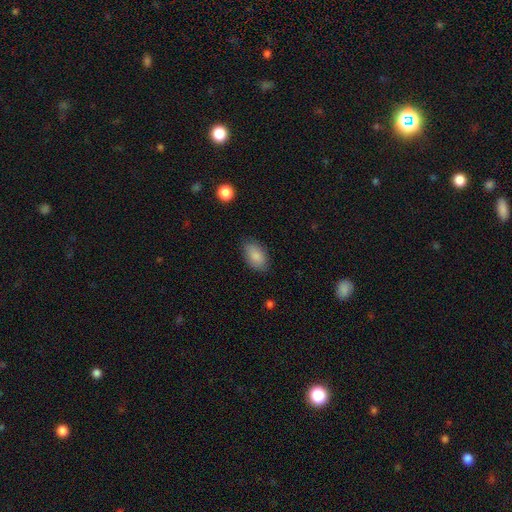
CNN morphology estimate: Q: Smooth or featured?
A: smooth (87%); runner-up: star or artifact (7%)
Q: How rounded?
A: in between (93%); runner-up: round (5%)
Q: Merging?
A: none (84%); runner-up: minor disturbance (13%)